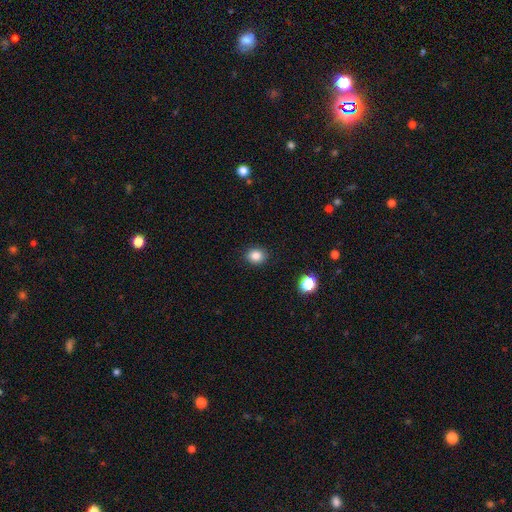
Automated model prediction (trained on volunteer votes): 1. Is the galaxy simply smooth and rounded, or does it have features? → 84% smooth, 11% star or artifact, 5% featured or disk.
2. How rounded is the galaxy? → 64% round, 35% in between, 1% cigar-shaped.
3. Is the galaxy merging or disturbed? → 89% none, 7% minor disturbance, 2% major disturbance, 1% merger.